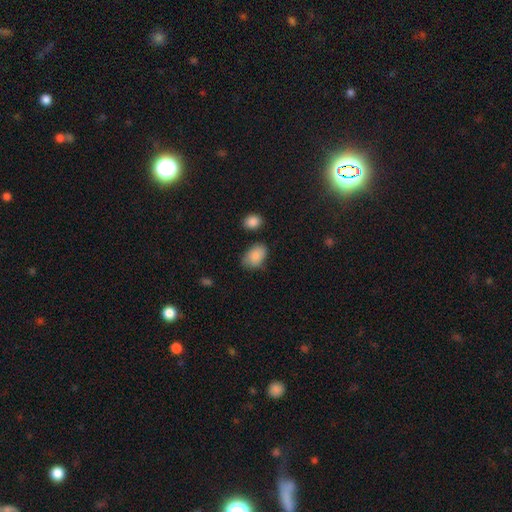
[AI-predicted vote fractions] Smooth or featured: smooth — 88% (star or artifact — 7%)
How rounded: in between — 87% (round — 12%)
Merging: none — 70% (minor disturbance — 22%)